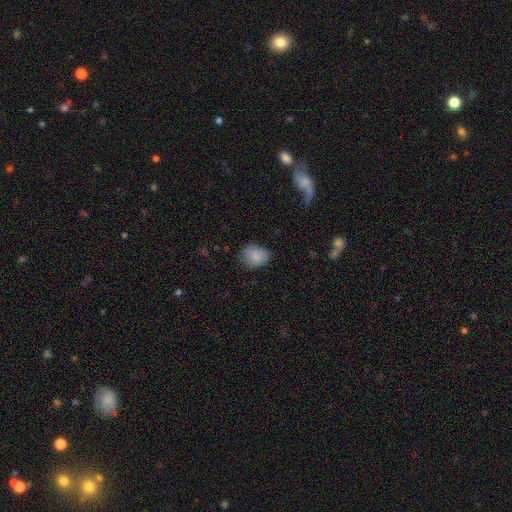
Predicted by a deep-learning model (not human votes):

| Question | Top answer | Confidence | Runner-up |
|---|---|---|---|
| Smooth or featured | smooth | 87% | star or artifact (8%) |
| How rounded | in between | 55% | round (44%) |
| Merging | none | 76% | minor disturbance (19%) |